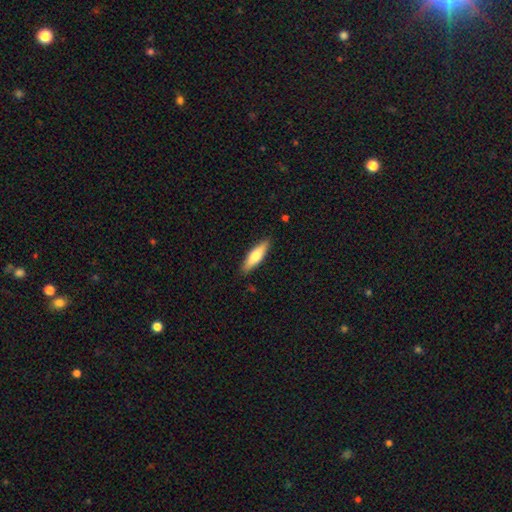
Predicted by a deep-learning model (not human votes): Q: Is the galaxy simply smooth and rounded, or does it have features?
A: smooth — 63%.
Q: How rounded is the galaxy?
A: cigar-shaped — 62%.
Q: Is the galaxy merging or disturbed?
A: none — 88%.